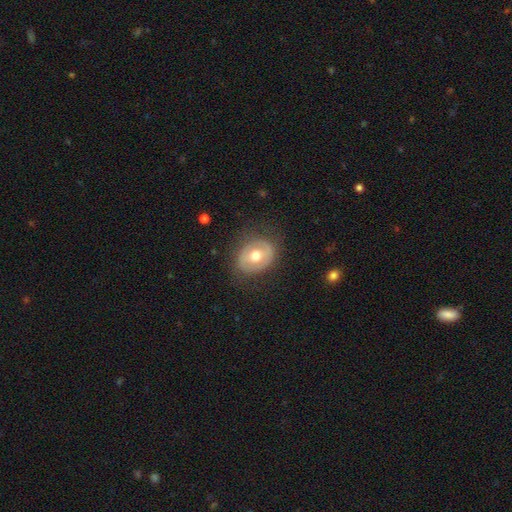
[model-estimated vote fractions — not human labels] The model was most divided on "smooth or featured": smooth: 47%, featured or disk: 46%, star or artifact: 7%. More confident: merging — none (76%).